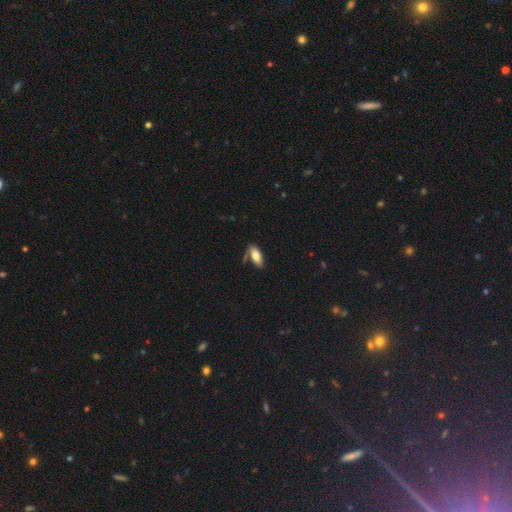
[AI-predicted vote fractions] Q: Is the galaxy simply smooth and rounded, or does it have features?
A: smooth — 76%.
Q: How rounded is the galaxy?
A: in between — 83%.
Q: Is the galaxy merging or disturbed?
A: none — 68%.